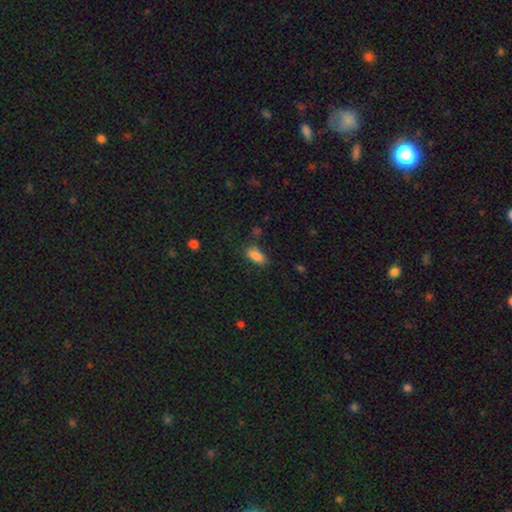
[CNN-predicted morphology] A smooth galaxy with no disk features (86%) that is in between round and cigar-shaped (88%).

Vote fractions:
- Smooth or featured? smooth: 86% / star or artifact: 9% / featured or disk: 5%
- How rounded? in between: 88% / cigar-shaped: 9% / round: 3%
- Merging? none: 79% / minor disturbance: 15% / major disturbance: 4% / merger: 3%